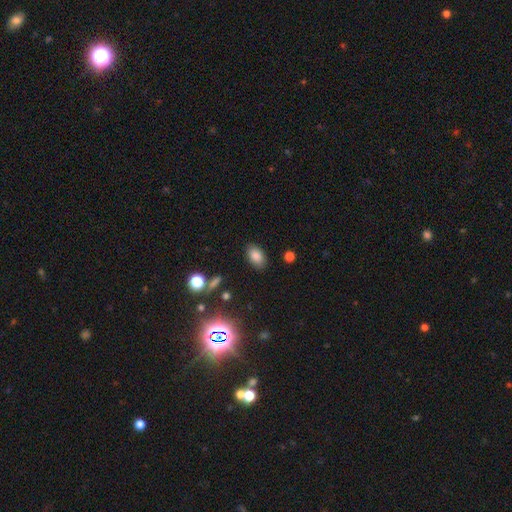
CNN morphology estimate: smooth_or_featured: smooth (p=0.82) [alt: star or artifact p=0.11]
how_rounded: in between (p=0.90) [alt: round p=0.09]
merging: none (p=0.85) [alt: minor disturbance p=0.10]